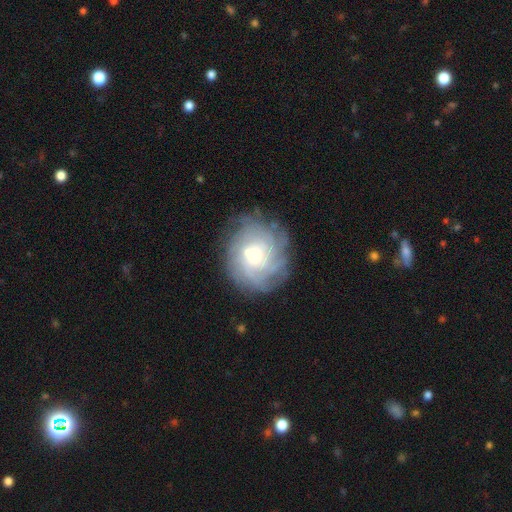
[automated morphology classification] smooth_or_featured: featured or disk (p=0.71) [alt: smooth p=0.20]
disk_edge_on: no (p=0.97) [alt: yes p=0.03]
bar: no (p=0.75) [alt: weak p=0.21]
has_spiral_arms: yes (p=0.87) [alt: no p=0.13]
spiral_winding: tight (p=0.71) [alt: medium p=0.21]
spiral_arm_count: can't tell (p=0.49) [alt: 4 p=0.15]
bulge_size: small (p=0.47) [alt: moderate p=0.45]
merging: none (p=0.74) [alt: minor disturbance p=0.16]